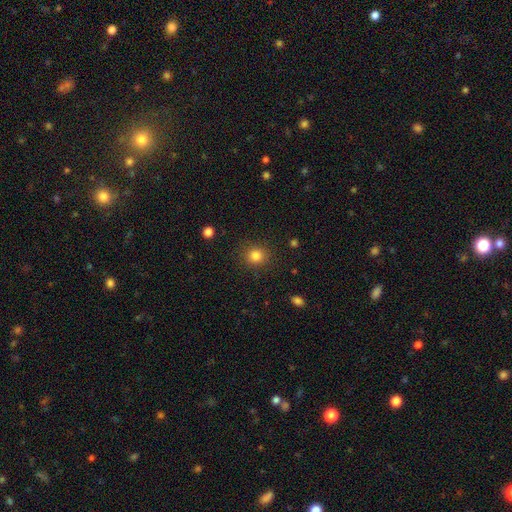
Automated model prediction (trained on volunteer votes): A smooth galaxy with no disk features (83%) that is round (87%).

Vote fractions:
- Smooth or featured? smooth: 83% / star or artifact: 12% / featured or disk: 5%
- How rounded? round: 87% / in between: 12% / cigar-shaped: 1%
- Merging? none: 89% / minor disturbance: 7% / major disturbance: 3% / merger: 1%